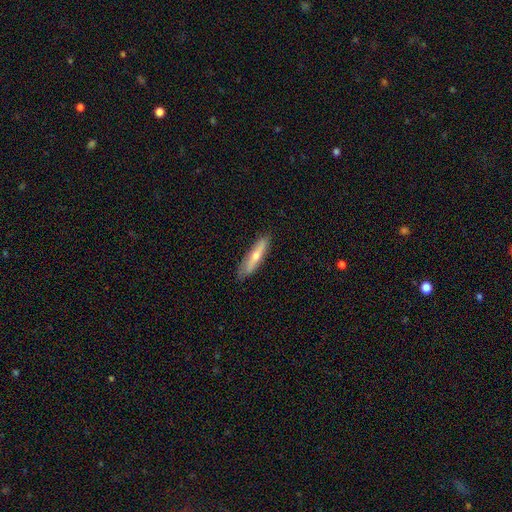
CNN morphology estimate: A smooth galaxy with no disk features (55%) that is cigar-shaped (81%).

Vote fractions:
- Smooth or featured? smooth: 55% / featured or disk: 39% / star or artifact: 6%
- How rounded? cigar-shaped: 81% / in between: 17% / round: 2%
- Merging? none: 82% / minor disturbance: 14% / major disturbance: 3% / merger: 1%